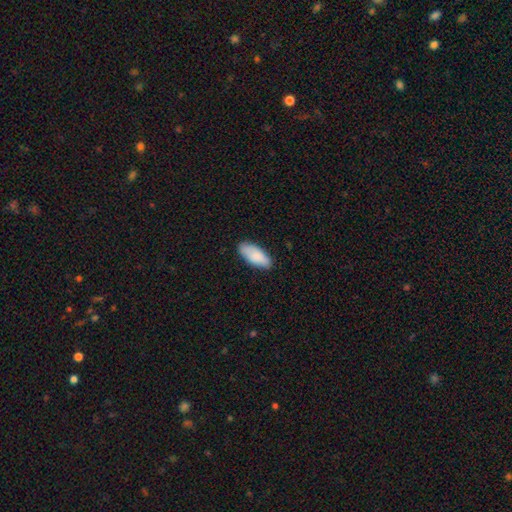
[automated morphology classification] smooth-or-featured: smooth: 87% | featured or disk: 7% | star or artifact: 6%
  how-rounded: in between: 85% | cigar-shaped: 13% | round: 2%
  merging: none: 82% | minor disturbance: 14% | major disturbance: 2% | merger: 1%